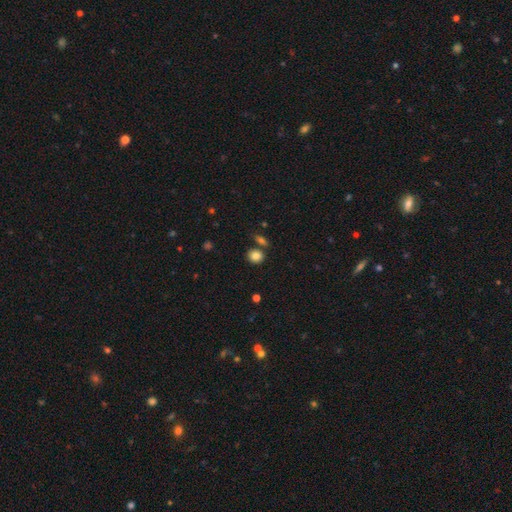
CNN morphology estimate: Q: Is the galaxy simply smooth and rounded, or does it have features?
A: smooth — 84%.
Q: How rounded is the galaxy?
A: round — 68%.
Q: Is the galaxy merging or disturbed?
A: none — 75%.